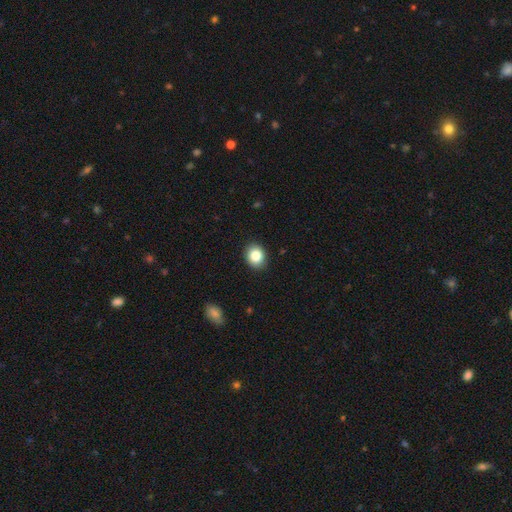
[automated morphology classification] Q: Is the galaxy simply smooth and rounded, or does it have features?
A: smooth — 84%.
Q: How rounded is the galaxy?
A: round — 57%.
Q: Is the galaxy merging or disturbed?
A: none — 90%.